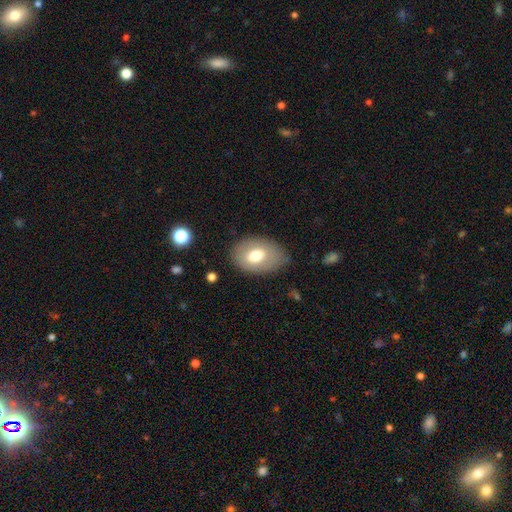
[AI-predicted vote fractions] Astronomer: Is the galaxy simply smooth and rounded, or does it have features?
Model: smooth — 68%.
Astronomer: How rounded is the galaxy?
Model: in between — 84%.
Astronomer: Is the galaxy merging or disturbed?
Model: none — 76%.